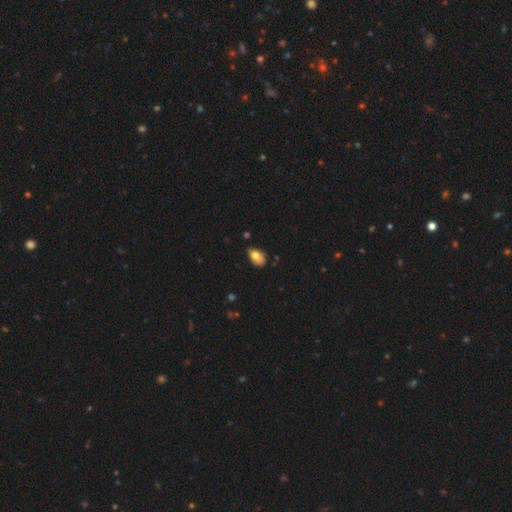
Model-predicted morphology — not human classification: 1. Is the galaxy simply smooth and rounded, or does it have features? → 75% smooth, 16% featured or disk, 9% star or artifact.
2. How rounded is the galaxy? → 90% in between, 8% round, 2% cigar-shaped.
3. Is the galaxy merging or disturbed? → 52% none, 37% minor disturbance, 8% major disturbance, 3% merger.